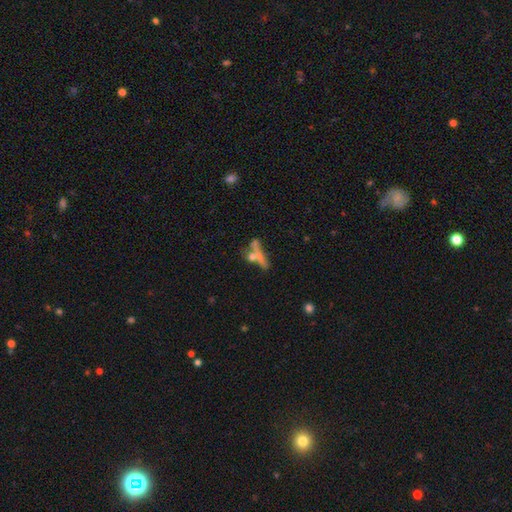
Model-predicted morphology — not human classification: The model was most divided on "merging": none: 42%, merger: 33%, minor disturbance: 13%, major disturbance: 12%. More confident: how rounded — cigar-shaped (66%); smooth or featured — smooth (52%).